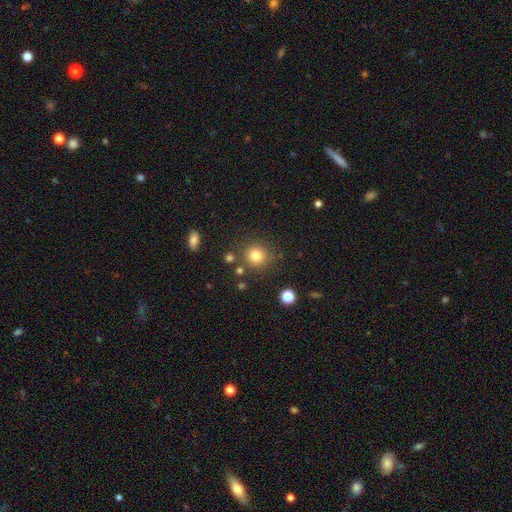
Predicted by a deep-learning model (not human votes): Smooth or featured? Predicted: smooth (p=0.80). How rounded? Predicted: round (p=0.91). Merging? Predicted: none (p=0.82).